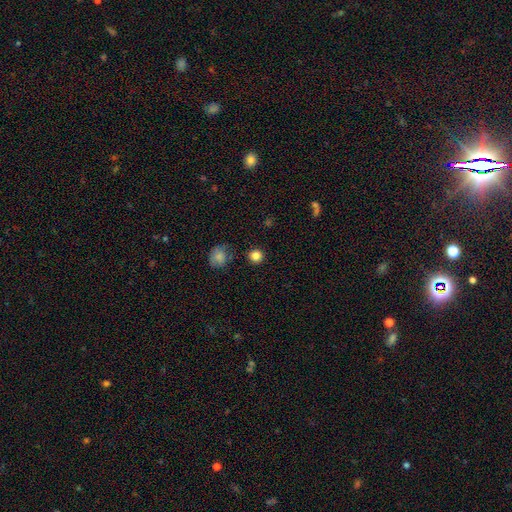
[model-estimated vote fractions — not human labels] The model was most divided on "smooth or featured": smooth: 84%, star or artifact: 11%, featured or disk: 4%. More confident: how rounded — round (93%); merging — none (87%).